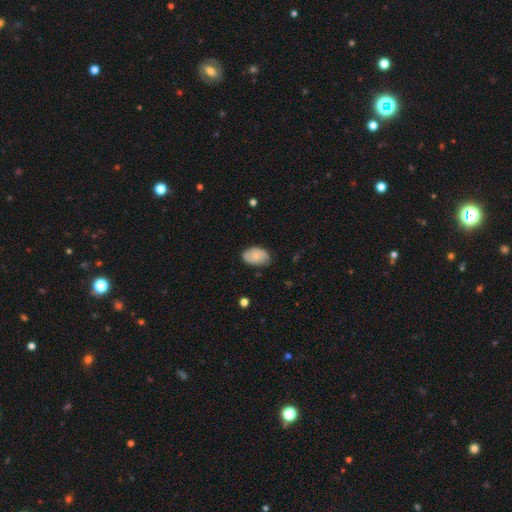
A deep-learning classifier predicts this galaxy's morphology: Q: Smooth or featured?
A: smooth (65%); runner-up: featured or disk (29%)
Q: How rounded?
A: in between (88%); runner-up: round (10%)
Q: Merging?
A: none (74%); runner-up: minor disturbance (21%)